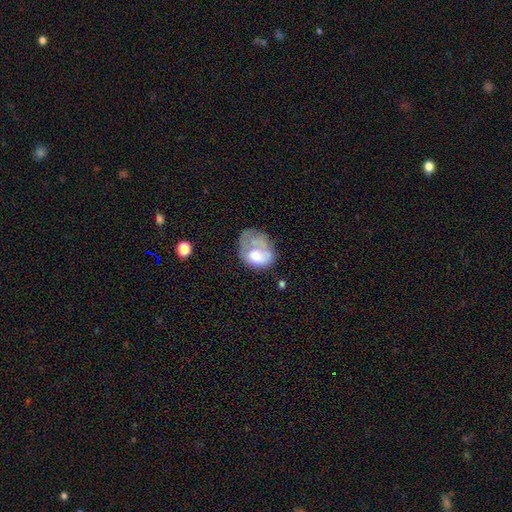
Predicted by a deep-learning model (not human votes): The model was most divided on "merging": major disturbance: 40%, minor disturbance: 26%, none: 25%, merger: 10%. More confident: how rounded — in between (65%); smooth or featured — smooth (55%).